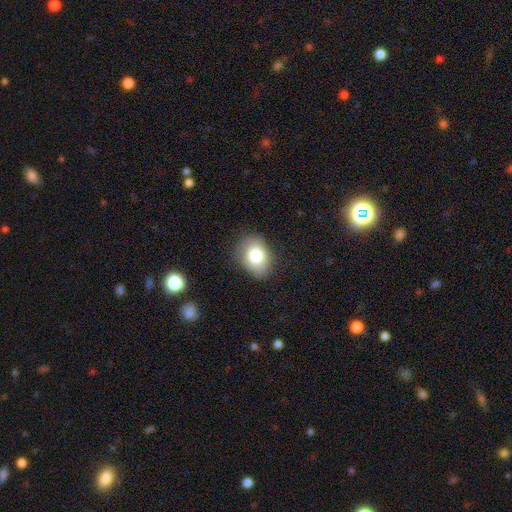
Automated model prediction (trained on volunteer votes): smooth-or-featured: smooth: 77% | featured or disk: 13% | star or artifact: 10%
  how-rounded: in between: 62% | round: 37% | cigar-shaped: 1%
  merging: none: 78% | minor disturbance: 16% | major disturbance: 4% | merger: 1%